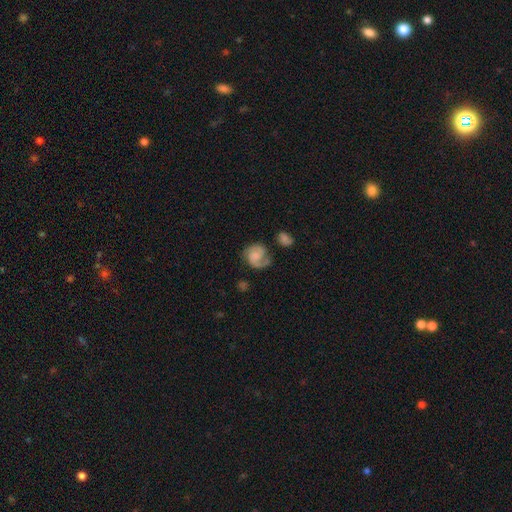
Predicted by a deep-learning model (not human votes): smooth-or-featured: featured or disk: 73% | smooth: 20% | star or artifact: 7%
  disk-edge-on: no: 98% | yes: 2%
    bar: no: 62% | weak: 32% | strong: 6%
    has-spiral-arms: yes: 95% | no: 5%
      spiral-winding: medium: 47% | tight: 35% | loose: 19%
      spiral-arm-count: 2: 74% | 1: 17% | can't tell: 5% | 3: 2% | 4: 1% | more than 4: 1%
    bulge-size: none: 42% | small: 25% | moderate: 21% | large: 10% | dominant: 2%
  merging: none: 61% | minor disturbance: 21% | major disturbance: 13% | merger: 6%